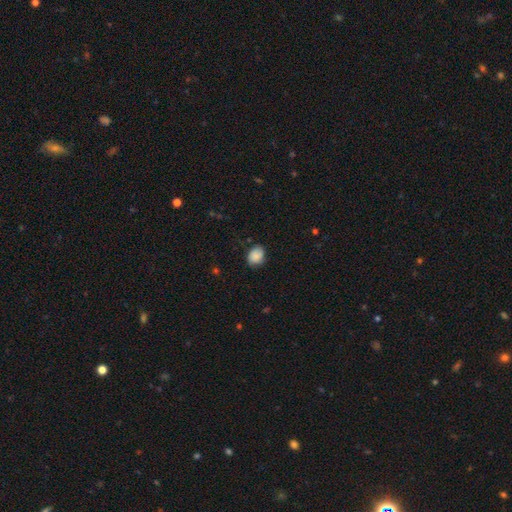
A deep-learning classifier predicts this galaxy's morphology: The model was most divided on "how rounded": in between: 52%, round: 47%, cigar-shaped: 1%. More confident: smooth or featured — smooth (84%); merging — none (72%).